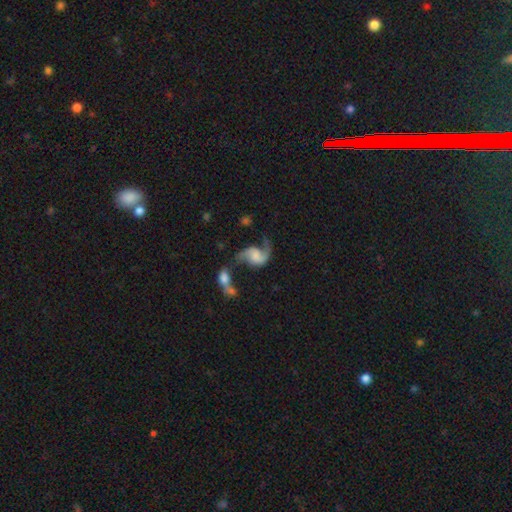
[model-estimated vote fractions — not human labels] A featured or disk galaxy (85%) with no bar (54%), 2 (89%) loose (69%) spiral arms (96%) and no central bulge (37%). Merging: none (41%).